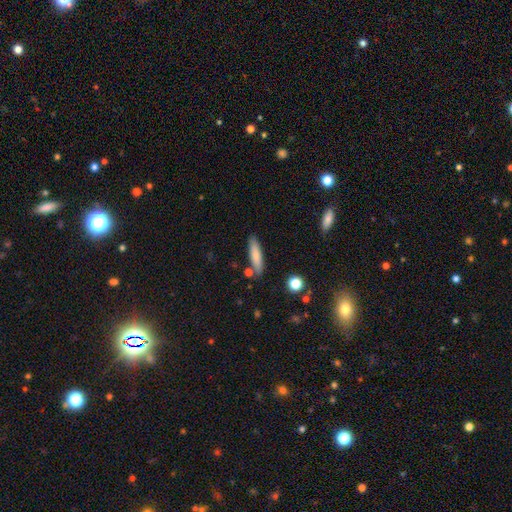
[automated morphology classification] A smooth galaxy with no disk features (79%) that is cigar-shaped (75%).

Vote fractions:
- Smooth or featured? smooth: 79% / featured or disk: 15% / star or artifact: 7%
- How rounded? cigar-shaped: 75% / in between: 23% / round: 2%
- Merging? none: 81% / minor disturbance: 11% / merger: 5% / major disturbance: 2%